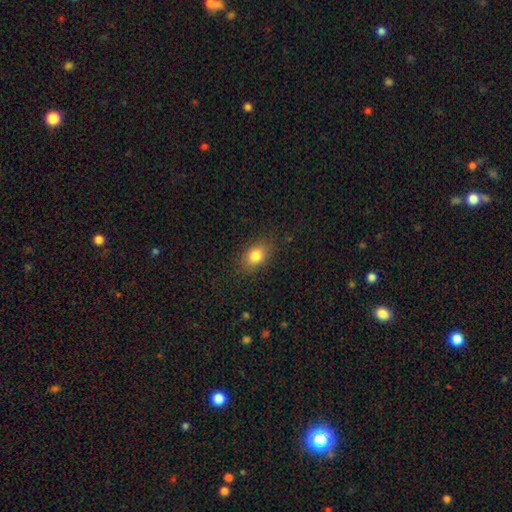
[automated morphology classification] A smooth galaxy with no disk features (82%) that is in between round and cigar-shaped (76%).

Vote fractions:
- Smooth or featured? smooth: 82% / star or artifact: 10% / featured or disk: 9%
- How rounded? in between: 76% / round: 21% / cigar-shaped: 2%
- Merging? none: 84% / minor disturbance: 11% / major disturbance: 3% / merger: 1%